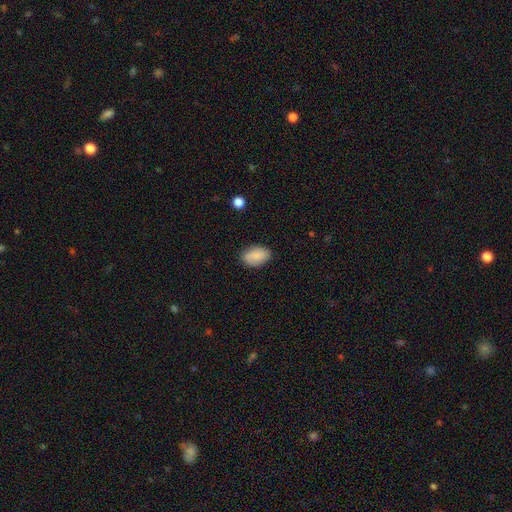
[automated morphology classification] Smooth or featured? smooth (87%)
How rounded? in between (90%)
Merging? none (83%)